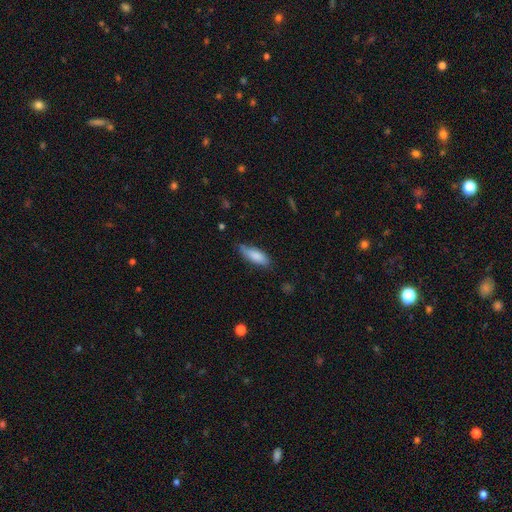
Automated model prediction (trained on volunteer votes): Smooth or featured? Predicted: smooth (p=0.84). How rounded? Predicted: in between (p=0.67). Merging? Predicted: none (p=0.68).